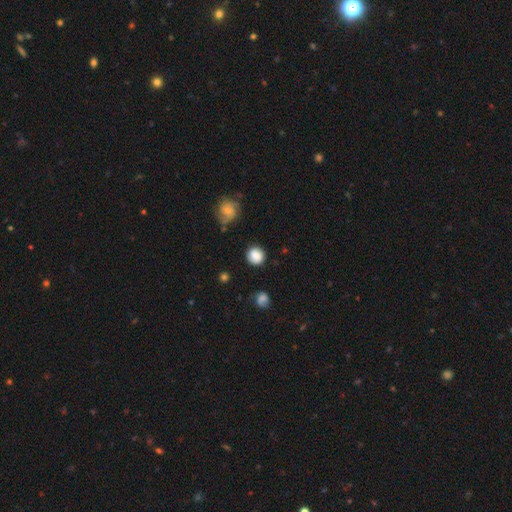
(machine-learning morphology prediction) Smooth or featured?
  - smooth: 81% *
  - featured or disk: 10%
  - star or artifact: 9%
How rounded?
  - round: 88% *
  - in between: 11%
  - cigar-shaped: 1%
Merging?
  - none: 84% *
  - minor disturbance: 11%
  - major disturbance: 3%
  - merger: 2%